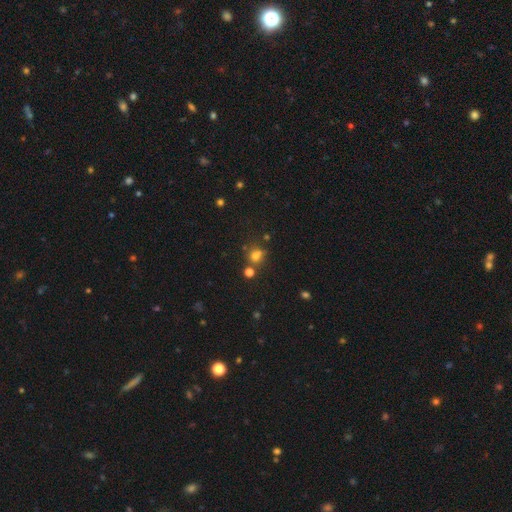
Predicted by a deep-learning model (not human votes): Smooth or featured?
  - smooth: 69% *
  - star or artifact: 22%
  - featured or disk: 9%
How rounded?
  - round: 71% *
  - in between: 27%
  - cigar-shaped: 1%
Merging?
  - none: 56% *
  - merger: 20%
  - minor disturbance: 16%
  - major disturbance: 8%